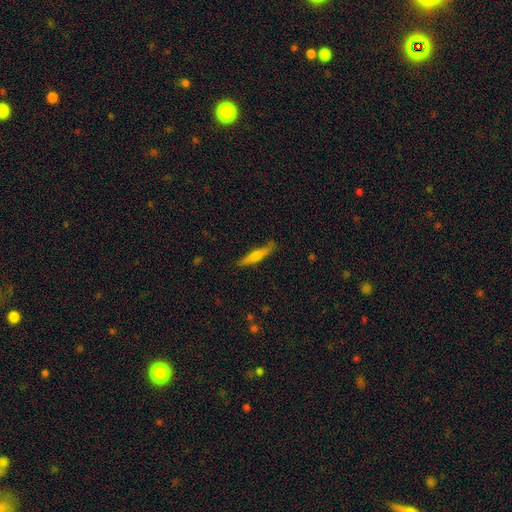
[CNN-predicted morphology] This is possibly a smooth galaxy (52%). How rounded: clearly cigar-shaped (90%). Merging: likely none (79%).